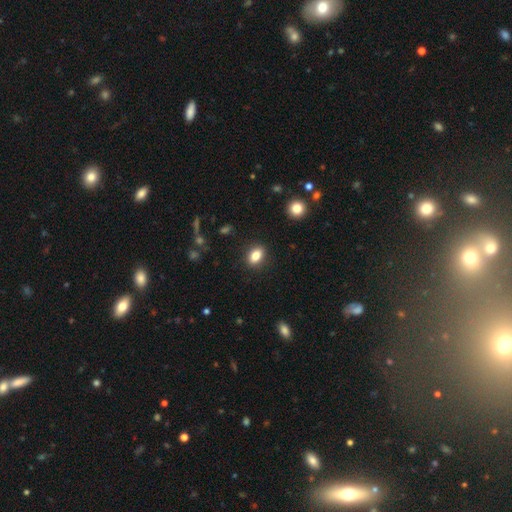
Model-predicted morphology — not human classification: The model was most divided on "how rounded": in between: 81%, round: 17%, cigar-shaped: 3%. More confident: merging — none (88%); smooth or featured — smooth (84%).